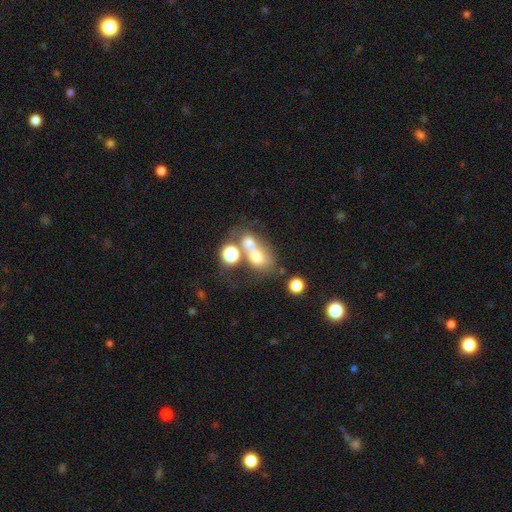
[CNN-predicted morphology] Smooth or featured? Predicted: smooth (p=0.59). How rounded? Predicted: in between (p=0.57). Merging? Predicted: merger (p=0.54).